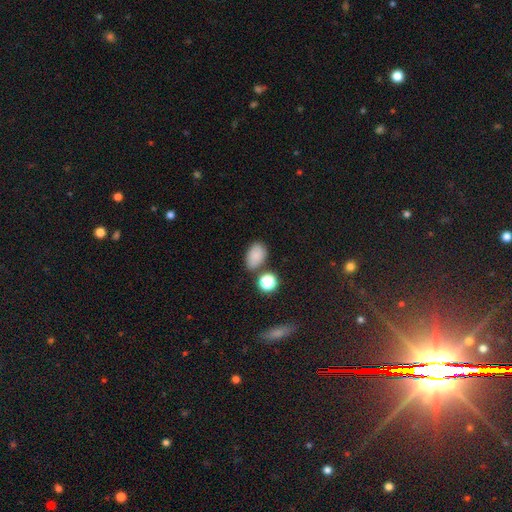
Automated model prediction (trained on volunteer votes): Smooth or featured: smooth — 81% (star or artifact — 12%)
How rounded: in between — 85% (round — 14%)
Merging: none — 68% (minor disturbance — 17%)